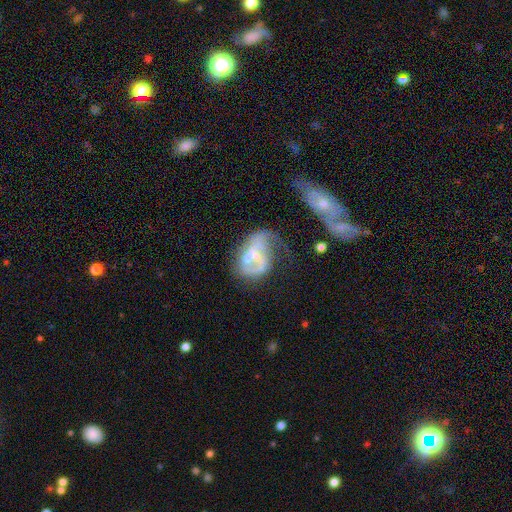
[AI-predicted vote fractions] Smooth or featured: featured or disk — 68% (smooth — 23%)
Edge-on disk: no — 97% (yes — 3%)
Bar: no — 50% (weak — 37%)
Spiral arms: yes — 64% (no — 36%)
Bulge size: small — 50% (moderate — 26%)
Merging: major disturbance — 36% (none — 24%)